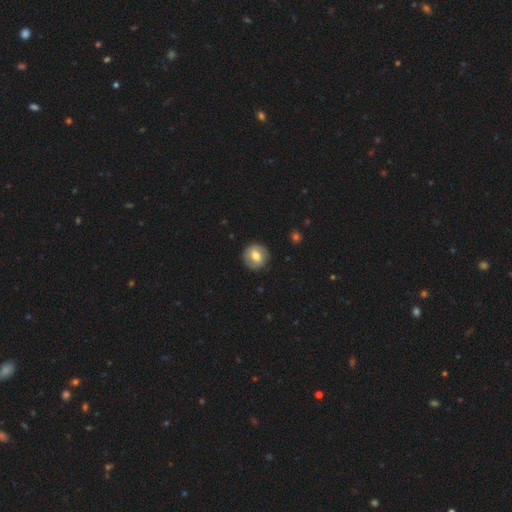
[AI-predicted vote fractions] A smooth galaxy with no disk features (54%) that is round (89%).

Vote fractions:
- Smooth or featured? smooth: 54% / featured or disk: 39% / star or artifact: 7%
- How rounded? round: 89% / in between: 10% / cigar-shaped: 1%
- Merging? none: 87% / minor disturbance: 9% / major disturbance: 3% / merger: 1%